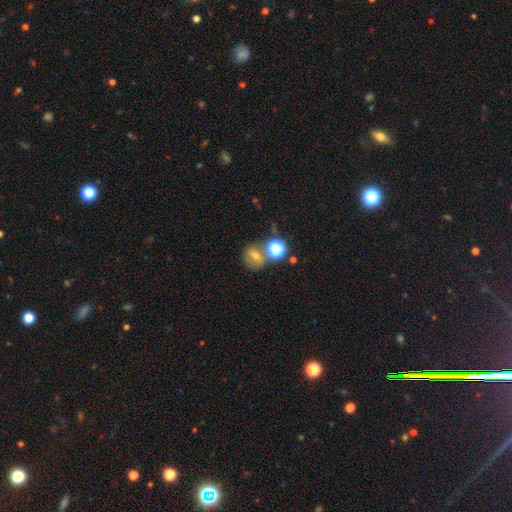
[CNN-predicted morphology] A smooth galaxy with no disk features (46%).

Vote fractions:
- Smooth or featured? smooth: 46% / star or artifact: 29% / featured or disk: 25%
- Merging? none: 59% / merger: 24% / minor disturbance: 12% / major disturbance: 6%